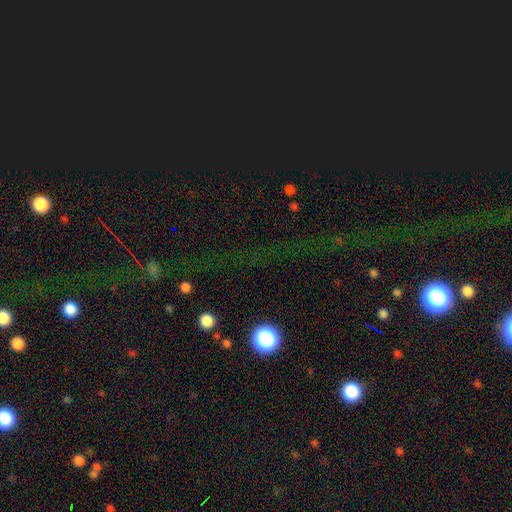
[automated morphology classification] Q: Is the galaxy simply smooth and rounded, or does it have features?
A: star or artifact — 76%.